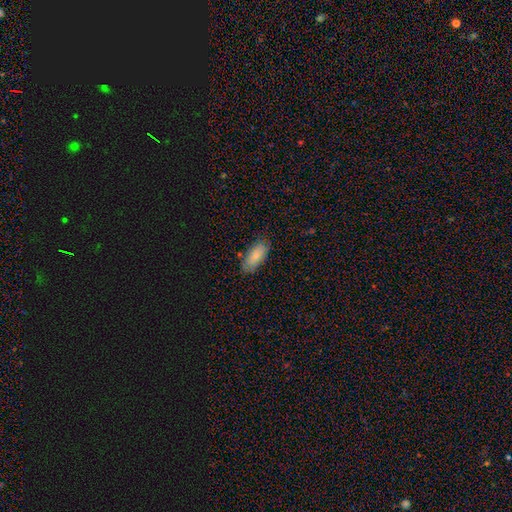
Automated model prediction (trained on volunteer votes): This is likely a smooth galaxy (80%). How rounded: clearly in between (87%). Merging: likely none (79%).